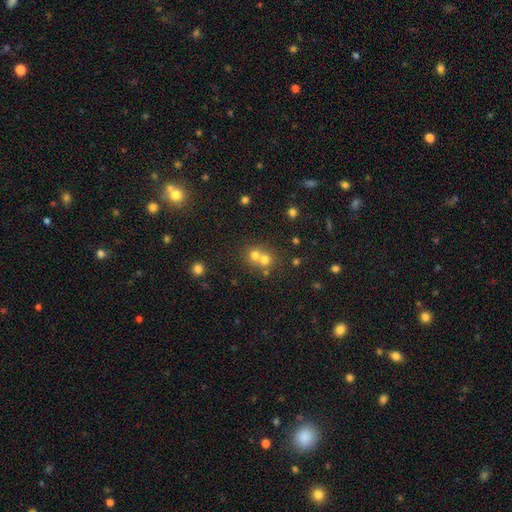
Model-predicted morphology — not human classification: Smooth or featured? smooth (68%)
How rounded? round (84%)
Merging? merger (54%)